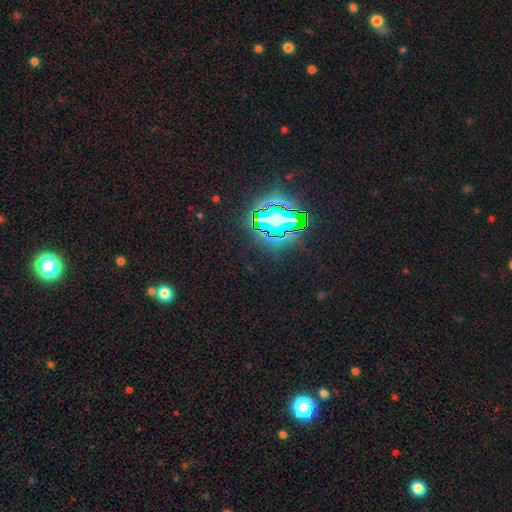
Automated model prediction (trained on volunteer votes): star or artifact 81%, smooth 11%, featured or disk 8%.